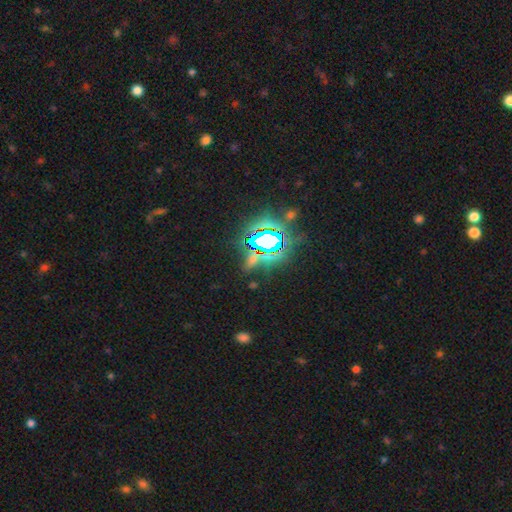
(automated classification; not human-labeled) star or artifact 73%, smooth 17%, featured or disk 10%.